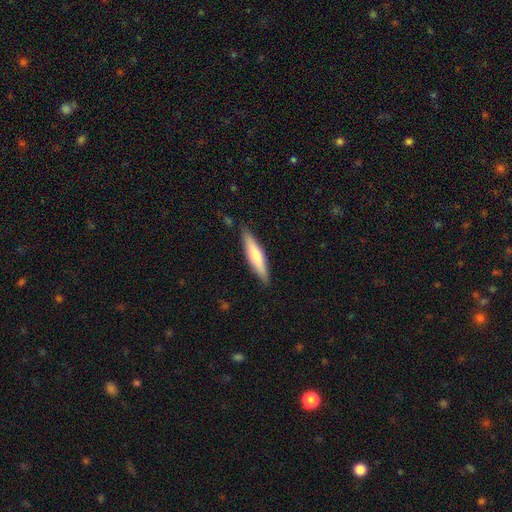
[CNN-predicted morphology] This is likely a smooth galaxy (61%). How rounded: clearly cigar-shaped (81%). Merging: clearly none (86%).